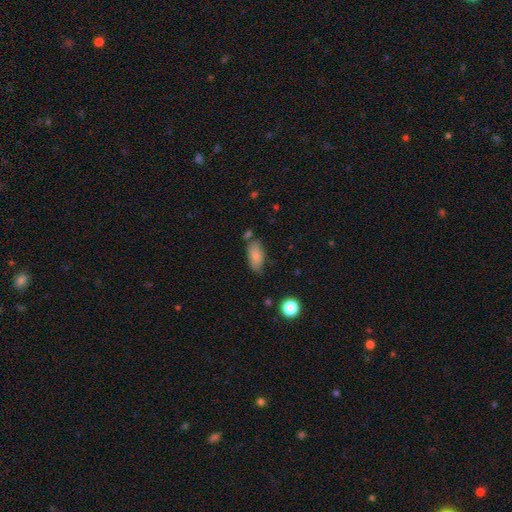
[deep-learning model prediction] smooth 82%, featured or disk 11%, star or artifact 8%. Down the decision tree: how rounded — in between (89%); merging — none (65%).